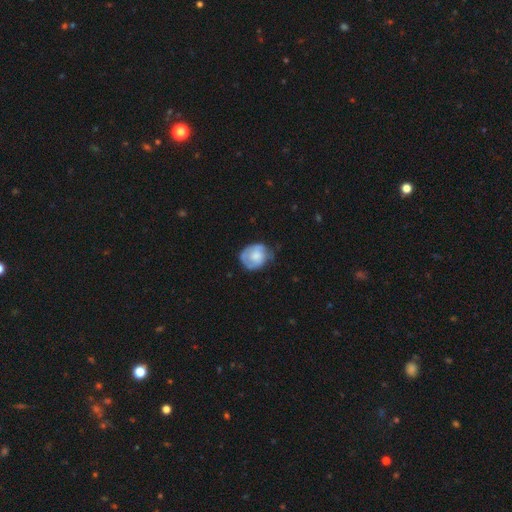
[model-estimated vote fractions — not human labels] Q: Smooth or featured?
A: smooth (49%); runner-up: featured or disk (45%)
Q: Merging?
A: none (55%); runner-up: minor disturbance (31%)